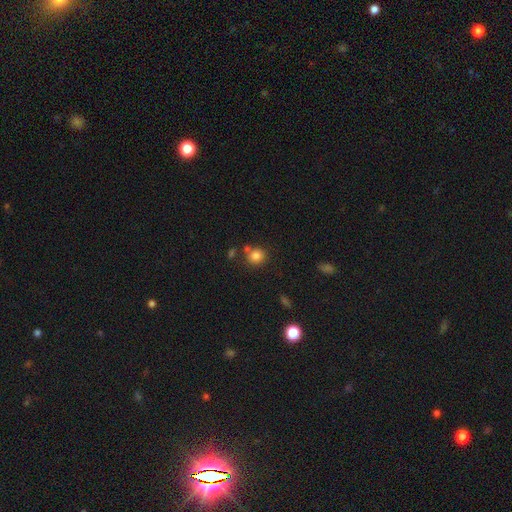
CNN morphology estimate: A smooth galaxy with no disk features (83%) that is round (84%). Merging: none (70%).